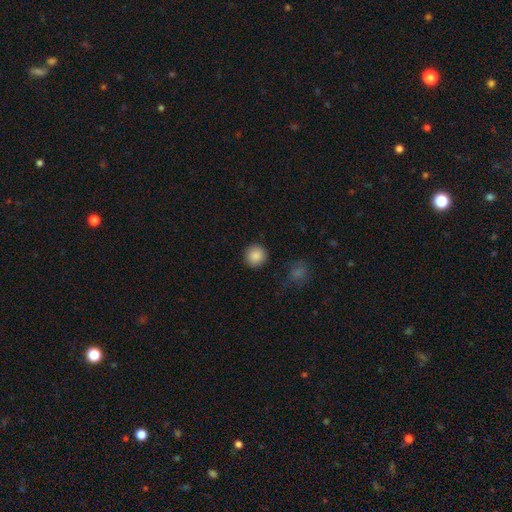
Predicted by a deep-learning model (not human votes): Morphology: type=smooth (88%); roundness=round (94%); merging=none (90%).